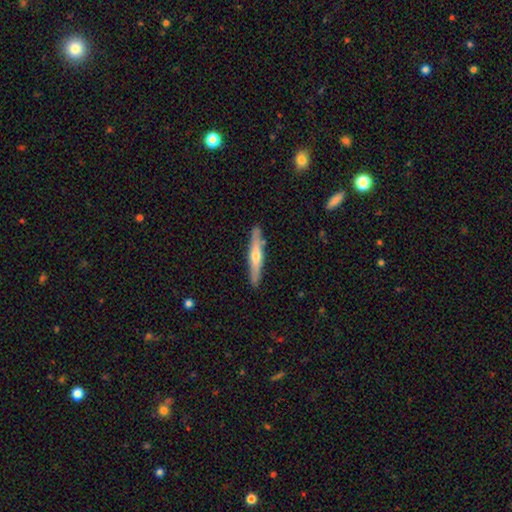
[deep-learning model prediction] A featured or disk galaxy (57%) viewed edge-on (94%) with a rounded central bulge (84%).

Vote fractions:
- Smooth or featured? featured or disk: 57% / smooth: 37% / star or artifact: 5%
- Edge-on disk? yes: 94% / no: 6%
- Edge-on bulge? rounded: 84% / none: 12% / boxy: 4%
- Merging? none: 89% / minor disturbance: 8% / merger: 2% / major disturbance: 2%